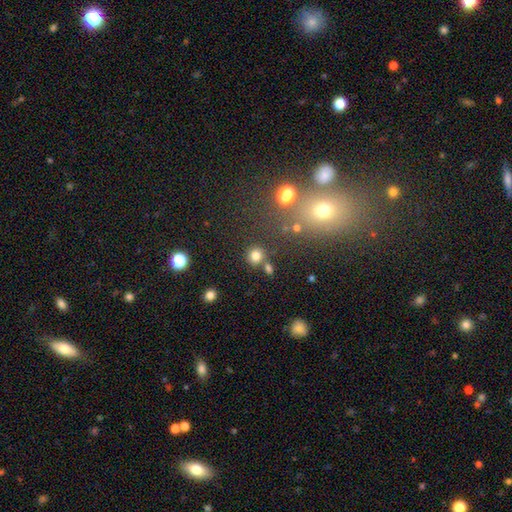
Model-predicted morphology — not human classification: Smooth or featured? Predicted: smooth (p=0.79). How rounded? Predicted: round (p=0.88). Merging? Predicted: none (p=0.75).